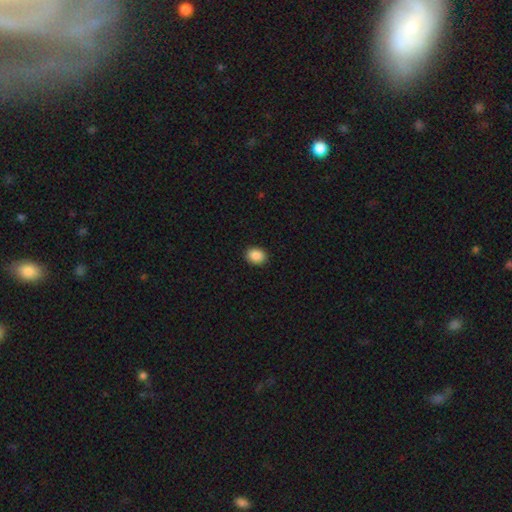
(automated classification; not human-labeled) smooth 89%, star or artifact 8%, featured or disk 3%. Down the decision tree: how rounded — in between (54%); merging — none (91%).